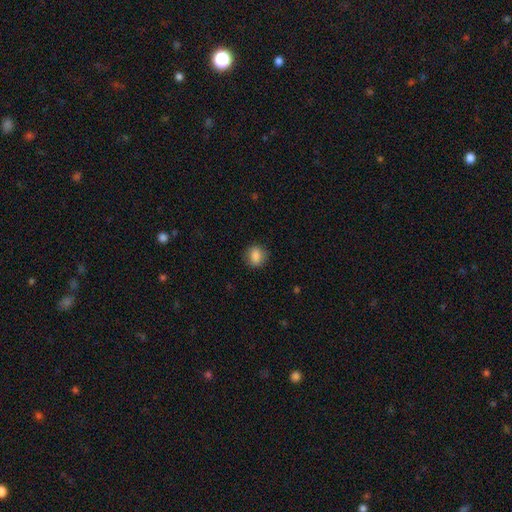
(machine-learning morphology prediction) smooth 85%, star or artifact 9%, featured or disk 6%. Down the decision tree: how rounded — round (65%); merging — none (85%).